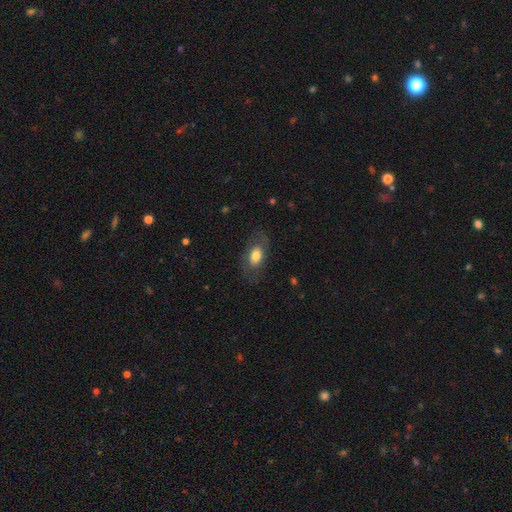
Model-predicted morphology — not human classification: Smooth or featured: smooth — 70% (featured or disk — 23%)
How rounded: in between — 87% (round — 10%)
Merging: none — 73% (minor disturbance — 16%)